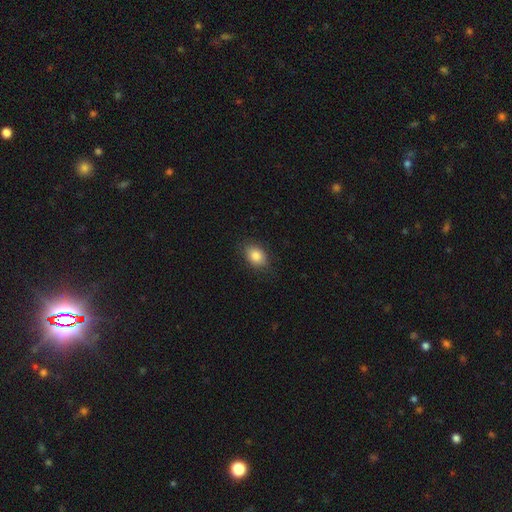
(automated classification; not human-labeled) Overall: smooth (85%). How rounded: in between (77%). Merging: none (84%).